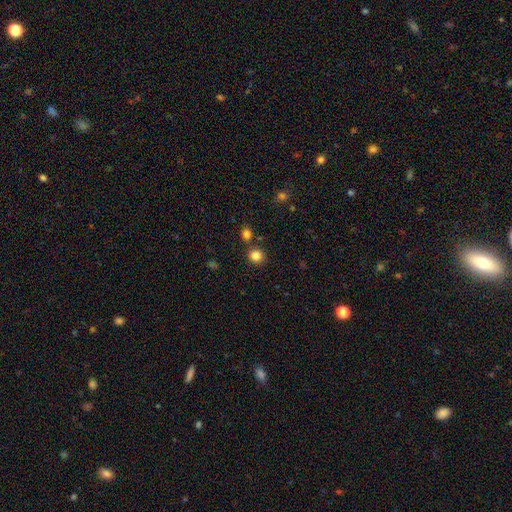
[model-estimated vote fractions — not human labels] A smooth galaxy with no disk features (84%) that is round (89%). Merging: none (80%).